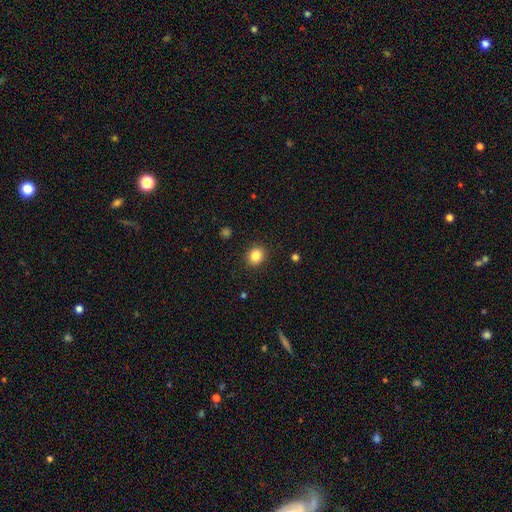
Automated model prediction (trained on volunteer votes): Smooth or featured? smooth (85%)
How rounded? round (67%)
Merging? none (89%)